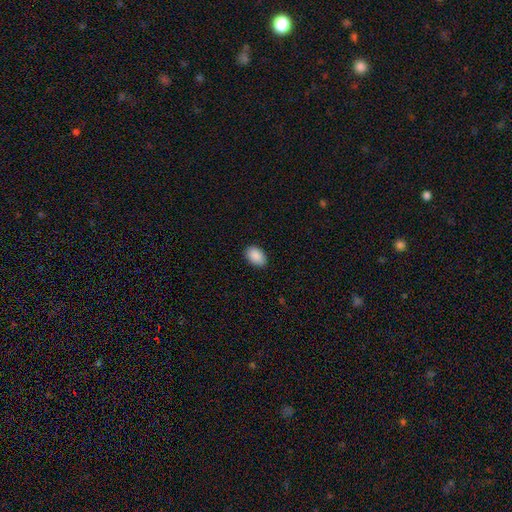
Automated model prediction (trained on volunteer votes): Smooth or featured? Predicted: smooth (p=0.90). How rounded? Predicted: in between (p=0.88). Merging? Predicted: none (p=0.87).